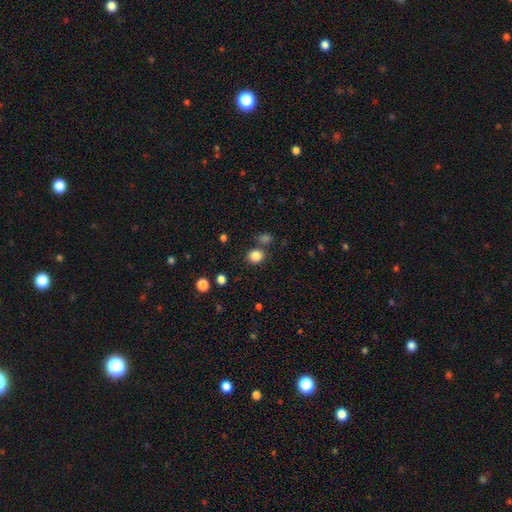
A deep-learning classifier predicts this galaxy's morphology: Smooth or featured? Predicted: smooth (p=0.84). How rounded? Predicted: round (p=0.74). Merging? Predicted: none (p=0.77).